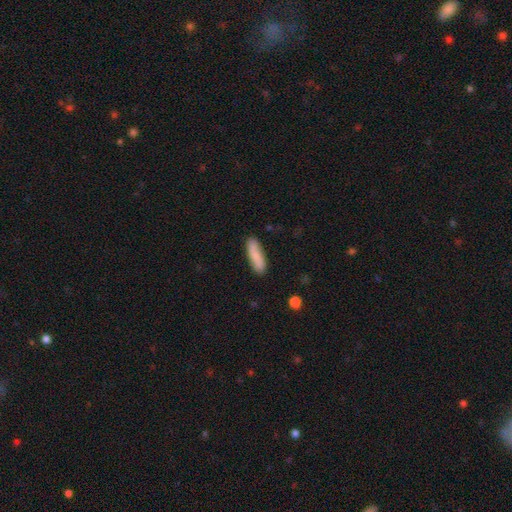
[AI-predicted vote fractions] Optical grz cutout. It shows a smooth galaxy with no disk features (79%) that is cigar-shaped (62%). Merging: none (83%).